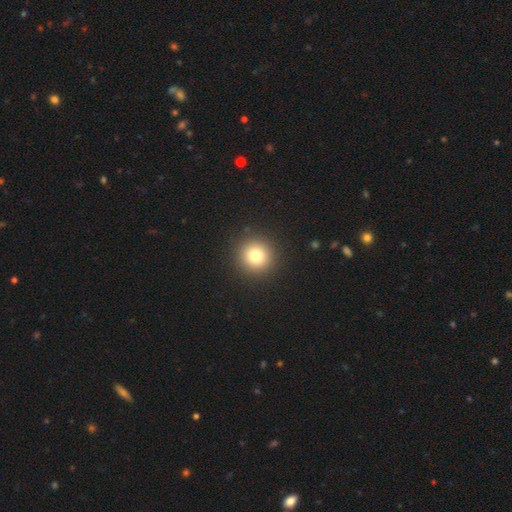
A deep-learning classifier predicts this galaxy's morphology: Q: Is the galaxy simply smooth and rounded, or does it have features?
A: smooth — 80%.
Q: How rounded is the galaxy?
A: round — 94%.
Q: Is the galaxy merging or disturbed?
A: none — 91%.